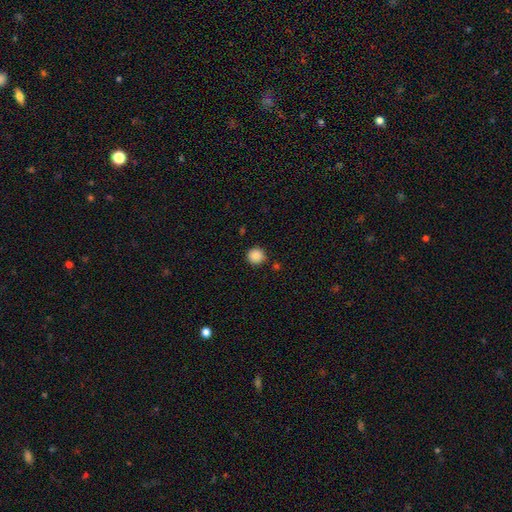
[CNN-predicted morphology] Smooth or featured? smooth (88%)
How rounded? round (93%)
Merging? none (88%)